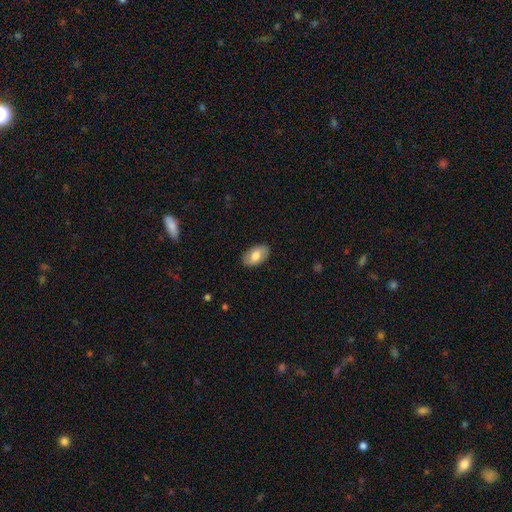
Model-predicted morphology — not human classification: Q: Smooth or featured?
A: smooth (72%); runner-up: featured or disk (22%)
Q: How rounded?
A: in between (94%); runner-up: round (5%)
Q: Merging?
A: none (86%); runner-up: minor disturbance (10%)